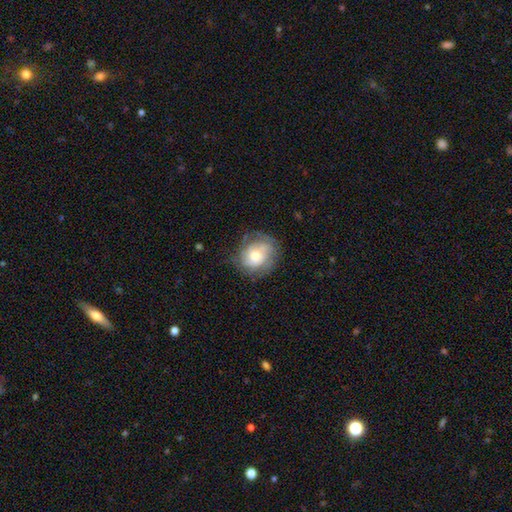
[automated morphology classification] This is possibly a smooth galaxy (52%). How rounded: likely round (77%). Merging: likely none (67%).